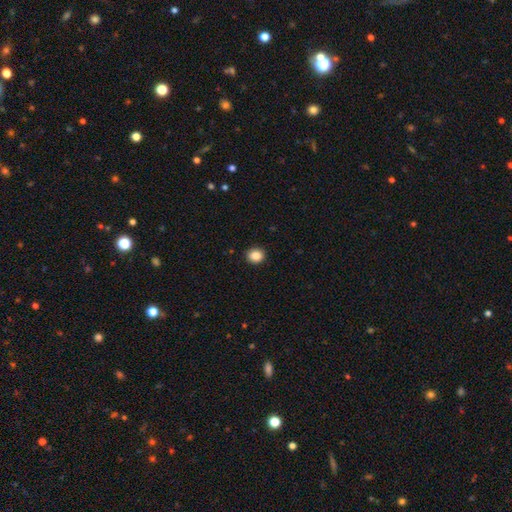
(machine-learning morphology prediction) type=smooth (87%); roundness=round (78%); merging=none (91%).